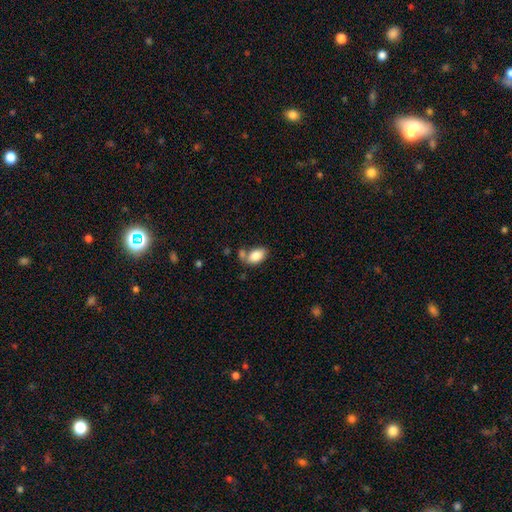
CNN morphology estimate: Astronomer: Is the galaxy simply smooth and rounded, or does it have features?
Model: smooth — 84%.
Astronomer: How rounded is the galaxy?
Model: in between — 91%.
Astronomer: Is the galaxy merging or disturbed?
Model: none — 54%.